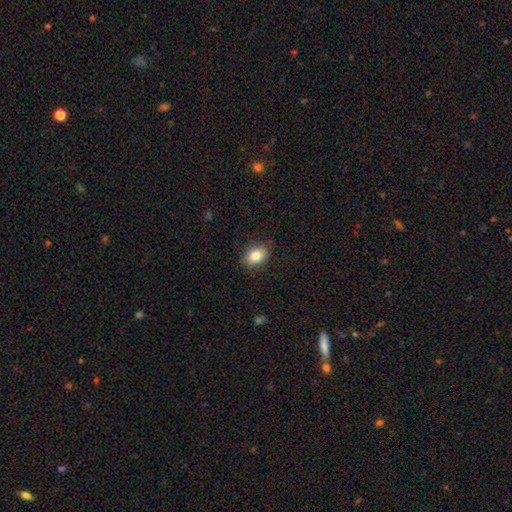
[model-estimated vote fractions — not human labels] Overall: smooth (85%). How rounded: in between (71%). Merging: none (87%).